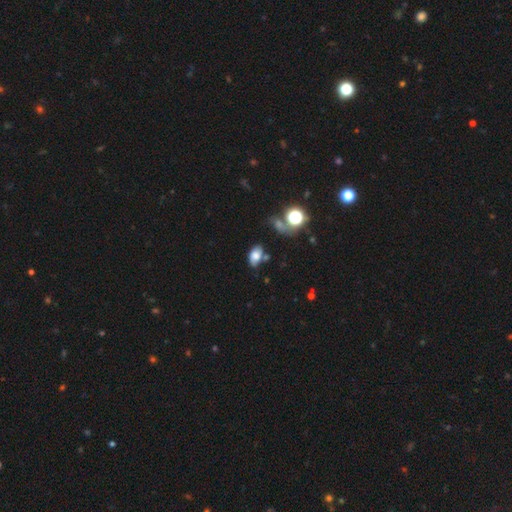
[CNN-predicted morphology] Overall: smooth (73%). How rounded: in between (89%). Merging: none (58%; minor disturbance 23%).